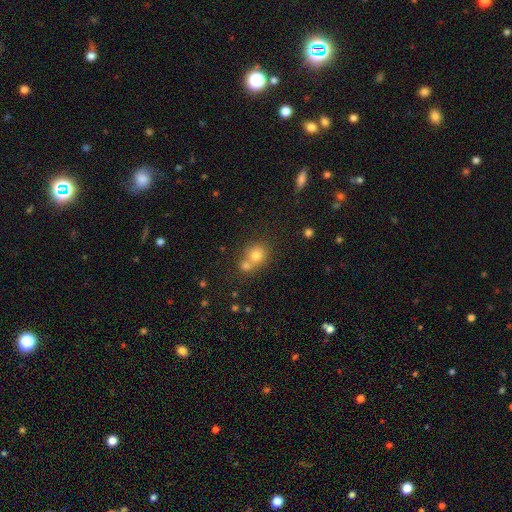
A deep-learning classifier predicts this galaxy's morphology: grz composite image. It shows a smooth galaxy with no disk features (75%) that is round (77%). Merging: merger (50%).